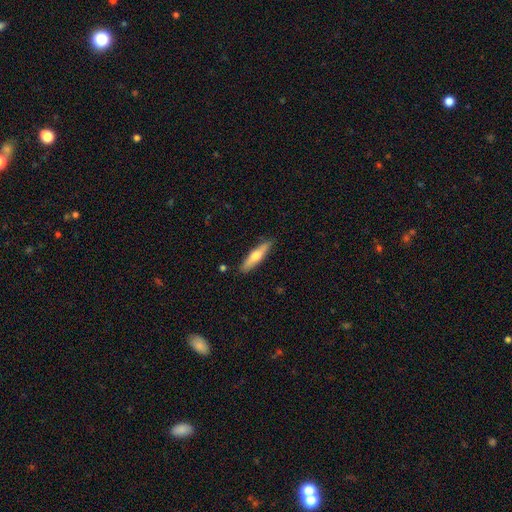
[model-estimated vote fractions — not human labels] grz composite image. It shows a smooth galaxy with no disk features (55%) that is cigar-shaped (78%). Merging: none (86%).